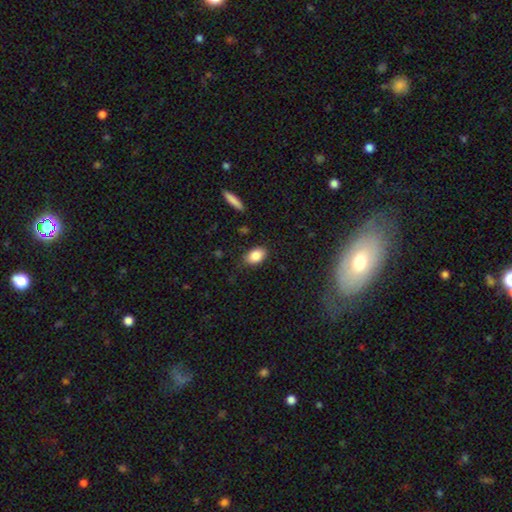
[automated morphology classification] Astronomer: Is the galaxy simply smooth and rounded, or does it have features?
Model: smooth — 86%.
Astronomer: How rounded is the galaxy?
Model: in between — 87%.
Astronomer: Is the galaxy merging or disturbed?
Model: none — 82%.